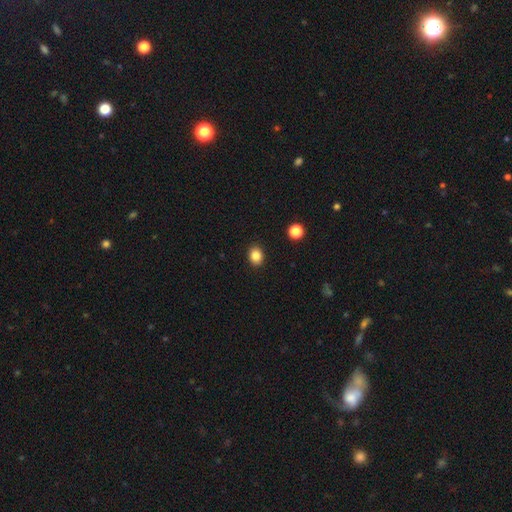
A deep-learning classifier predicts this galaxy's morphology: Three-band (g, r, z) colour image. It shows a smooth galaxy with no disk features (85%) that is in between round and cigar-shaped (55%). Merging: none (90%).